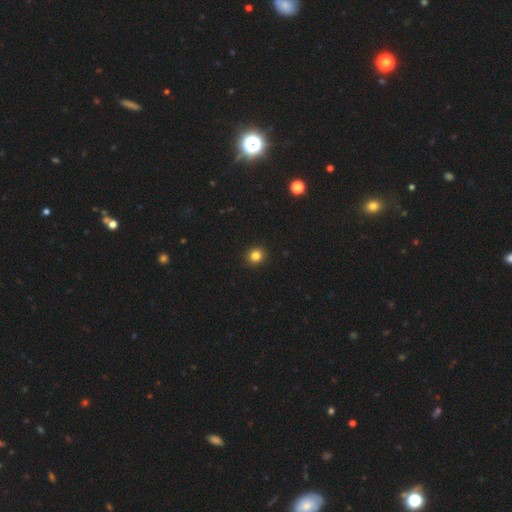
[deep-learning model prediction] A smooth galaxy with no disk features (83%) that is round (87%).

Vote fractions:
- Smooth or featured? smooth: 83% / star or artifact: 13% / featured or disk: 5%
- How rounded? round: 87% / in between: 12% / cigar-shaped: 1%
- Merging? none: 93% / minor disturbance: 5% / major disturbance: 1% / merger: 1%